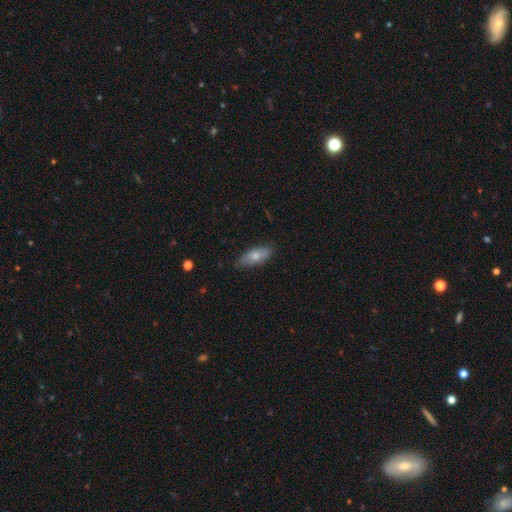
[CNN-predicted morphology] smooth_or_featured: smooth (p=0.72) [alt: featured or disk p=0.22]
how_rounded: in between (p=0.78) [alt: cigar-shaped p=0.19]
merging: none (p=0.77) [alt: minor disturbance p=0.19]